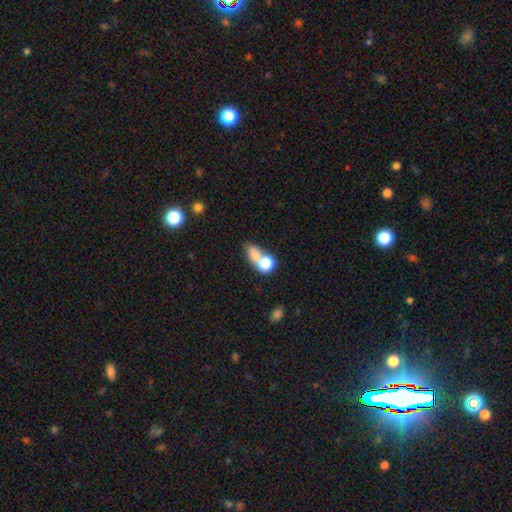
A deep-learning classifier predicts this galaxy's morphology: A smooth galaxy with no disk features (73%) that is in between round and cigar-shaped (55%). Merging: merger (60%).